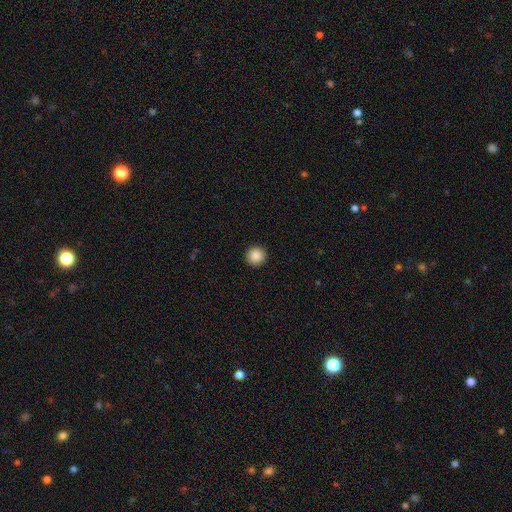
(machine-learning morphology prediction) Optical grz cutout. It shows a smooth galaxy with no disk features (88%) that is round (95%). Merging: none (93%).